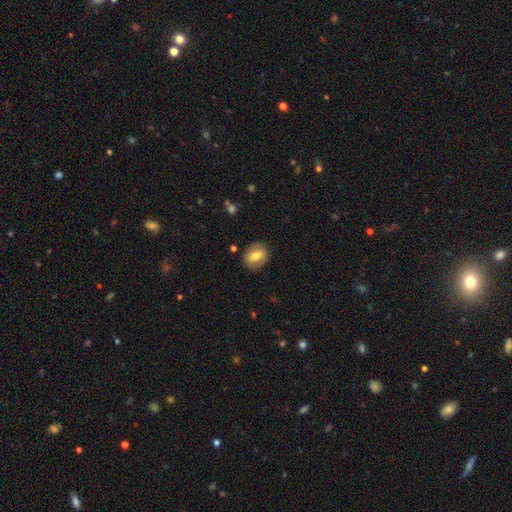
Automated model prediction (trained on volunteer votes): Overall: smooth (69%). How rounded: round (56%; in between 43%). Merging: none (84%).